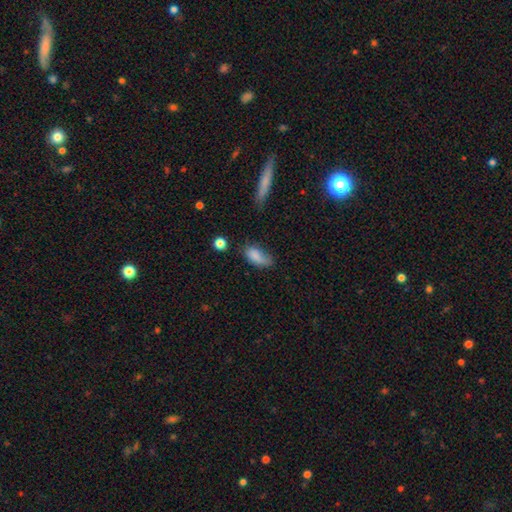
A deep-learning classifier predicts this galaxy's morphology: smooth_or_featured: smooth (p=0.82) [alt: featured or disk p=0.10]
how_rounded: in between (p=0.89) [alt: cigar-shaped p=0.06]
merging: none (p=0.44) [alt: minor disturbance p=0.36]